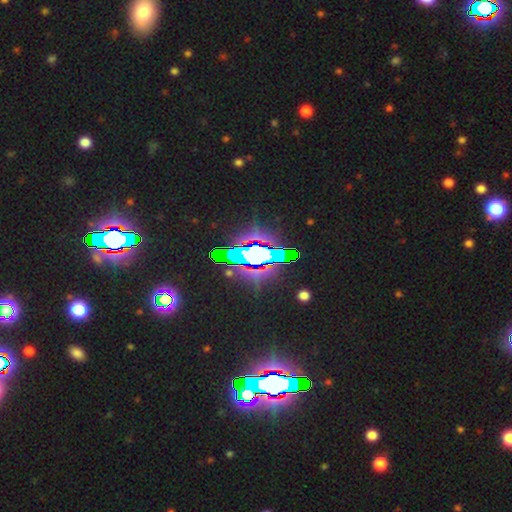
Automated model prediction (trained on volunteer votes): Smooth or featured? star or artifact (70%)